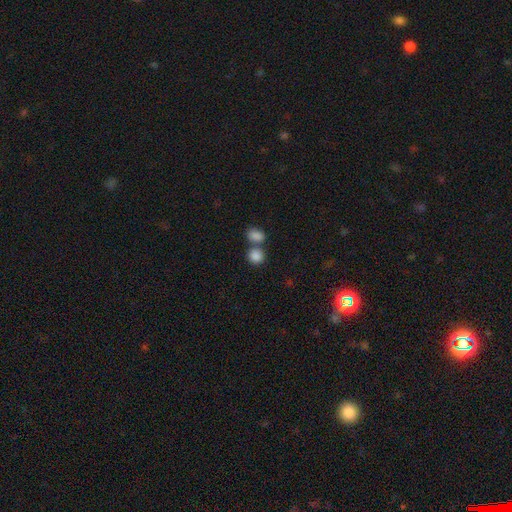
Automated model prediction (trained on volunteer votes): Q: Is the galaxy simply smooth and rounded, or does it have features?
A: smooth — 86%.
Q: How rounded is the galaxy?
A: round — 76%.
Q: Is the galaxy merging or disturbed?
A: none — 50%.